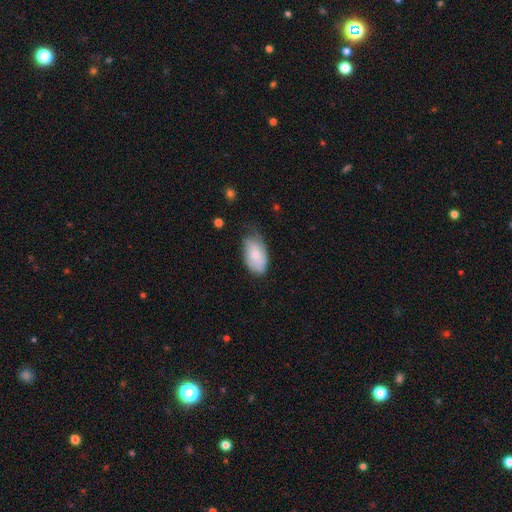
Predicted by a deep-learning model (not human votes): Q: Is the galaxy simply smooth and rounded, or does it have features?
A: smooth — 63%.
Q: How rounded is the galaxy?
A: in between — 93%.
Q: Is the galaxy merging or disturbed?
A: none — 49%.